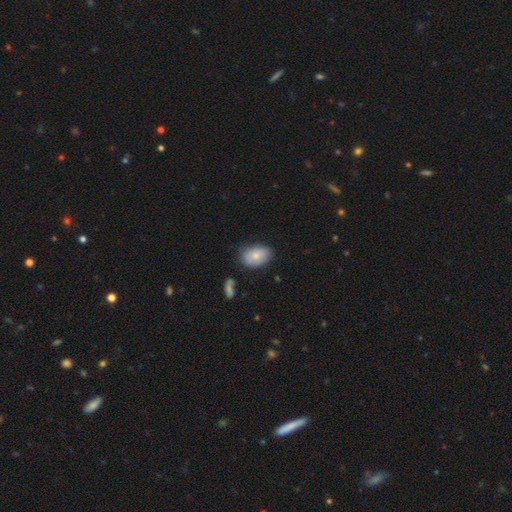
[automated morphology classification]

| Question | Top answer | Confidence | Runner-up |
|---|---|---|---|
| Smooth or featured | smooth | 80% | featured or disk (13%) |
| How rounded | in between | 85% | round (14%) |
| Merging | none | 70% | minor disturbance (23%) |